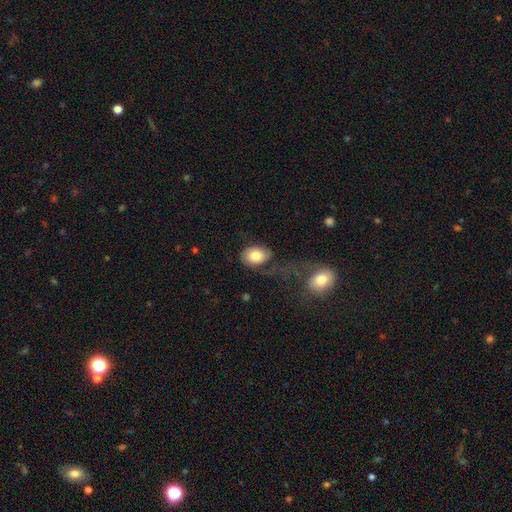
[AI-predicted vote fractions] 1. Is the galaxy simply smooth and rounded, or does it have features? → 71% smooth, 22% featured or disk, 7% star or artifact.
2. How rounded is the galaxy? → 77% in between, 22% round, 1% cigar-shaped.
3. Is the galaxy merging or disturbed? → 47% none, 23% major disturbance, 21% minor disturbance, 8% merger.